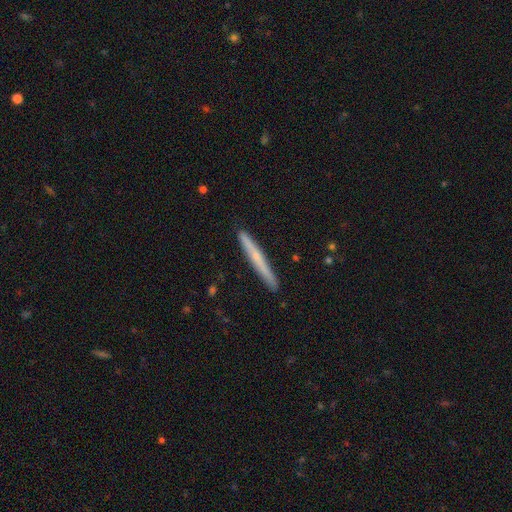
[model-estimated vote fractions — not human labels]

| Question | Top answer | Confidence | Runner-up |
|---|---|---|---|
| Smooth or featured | smooth | 52% | featured or disk (42%) |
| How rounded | cigar-shaped | 97% | in between (2%) |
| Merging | none | 91% | minor disturbance (7%) |